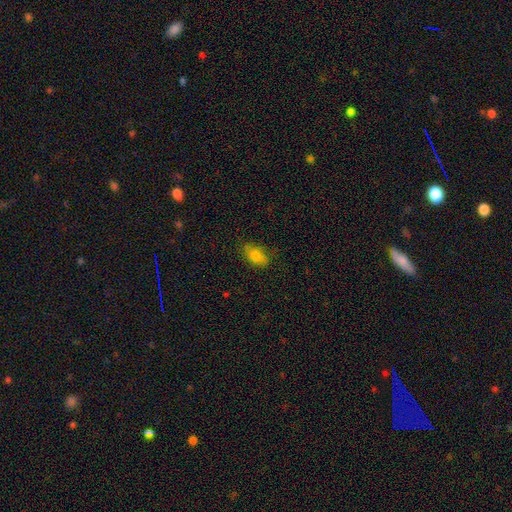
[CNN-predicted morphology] smooth_or_featured: smooth (p=0.82) [alt: star or artifact p=0.09]
how_rounded: in between (p=0.89) [alt: round p=0.08]
merging: none (p=0.75) [alt: minor disturbance p=0.19]